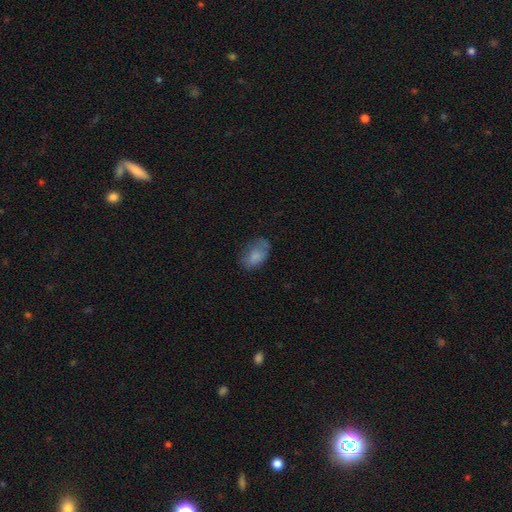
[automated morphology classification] smooth-or-featured: smooth: 77% | featured or disk: 15% | star or artifact: 8%
  how-rounded: in between: 89% | round: 10% | cigar-shaped: 1%
  merging: none: 55% | minor disturbance: 29% | major disturbance: 13% | merger: 3%